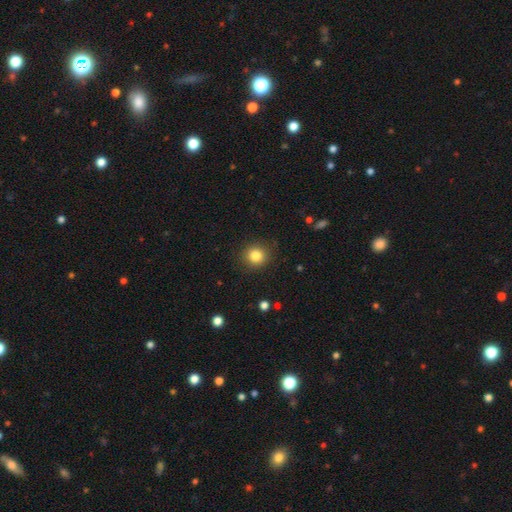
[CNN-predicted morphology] smooth_or_featured: smooth (p=0.84) [alt: star or artifact p=0.11]
how_rounded: round (p=0.88) [alt: in between p=0.11]
merging: none (p=0.88) [alt: minor disturbance p=0.08]